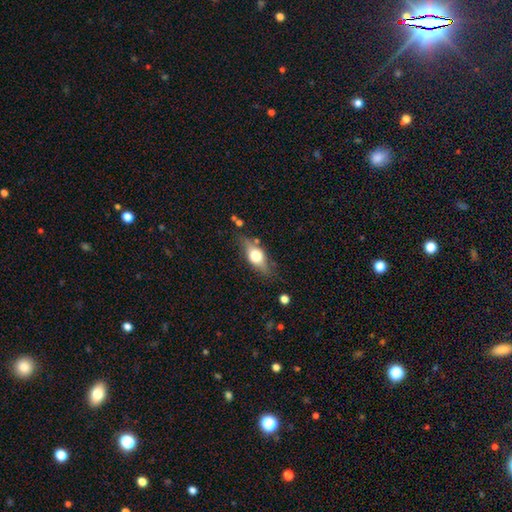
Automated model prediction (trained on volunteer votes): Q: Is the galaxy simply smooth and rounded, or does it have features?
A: smooth — 49%.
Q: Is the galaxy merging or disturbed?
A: none — 75%.